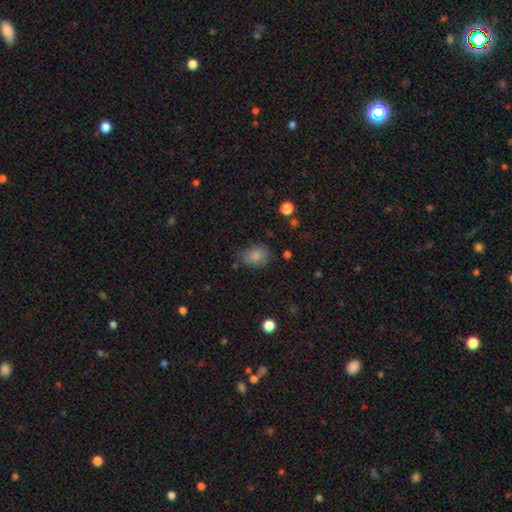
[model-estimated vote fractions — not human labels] Smooth or featured?
  - smooth: 81% *
  - star or artifact: 10%
  - featured or disk: 9%
How rounded?
  - in between: 68% *
  - round: 31%
  - cigar-shaped: 1%
Merging?
  - none: 67% *
  - minor disturbance: 24%
  - major disturbance: 7%
  - merger: 2%